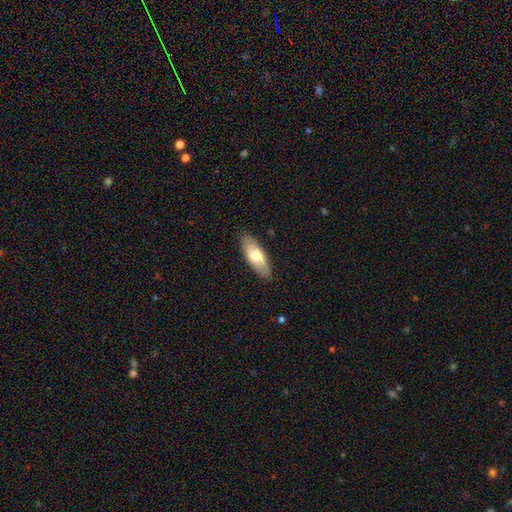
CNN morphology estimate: The model was most divided on "smooth or featured": smooth: 68%, featured or disk: 27%, star or artifact: 5%. More confident: merging — none (87%); how rounded — in between (74%).